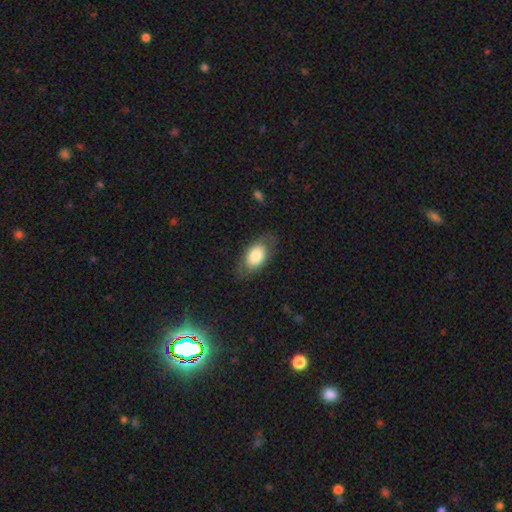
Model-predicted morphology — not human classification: smooth 75%, featured or disk 19%, star or artifact 6%. Down the decision tree: how rounded — in between (90%); merging — none (75%).